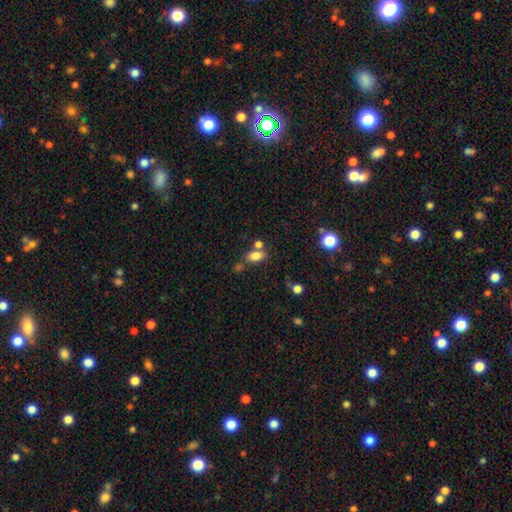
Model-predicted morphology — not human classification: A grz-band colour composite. It shows a smooth galaxy with no disk features (80%) that is in between round and cigar-shaped (86%). Merging: none (58%).